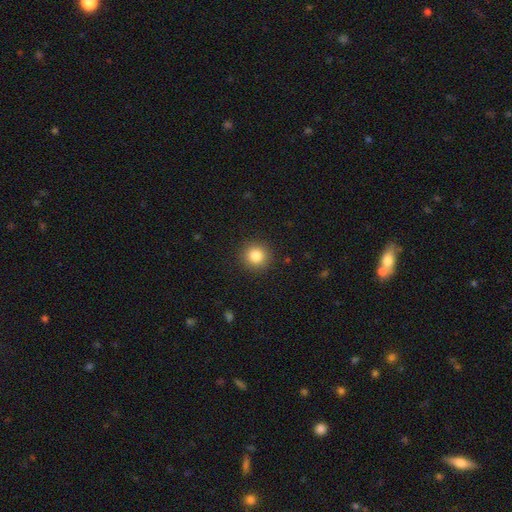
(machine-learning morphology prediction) A smooth galaxy with no disk features (84%) that is round (93%).

Vote fractions:
- Smooth or featured? smooth: 84% / star or artifact: 10% / featured or disk: 6%
- How rounded? round: 93% / in between: 6% / cigar-shaped: 1%
- Merging? none: 91% / minor disturbance: 6% / major disturbance: 2% / merger: 1%